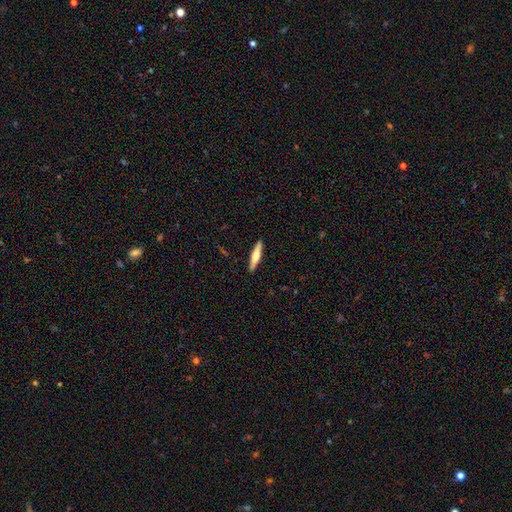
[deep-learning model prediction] This is possibly a featured or disk galaxy (49%). Merging: clearly none (91%).